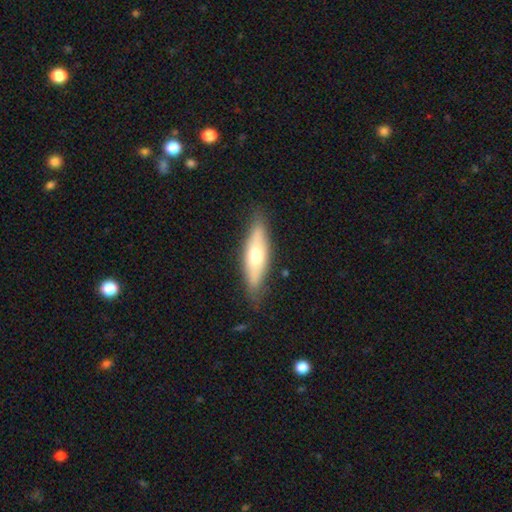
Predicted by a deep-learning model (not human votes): A smooth galaxy with no disk features (52%) that is cigar-shaped (55%). Merging: none (80%).